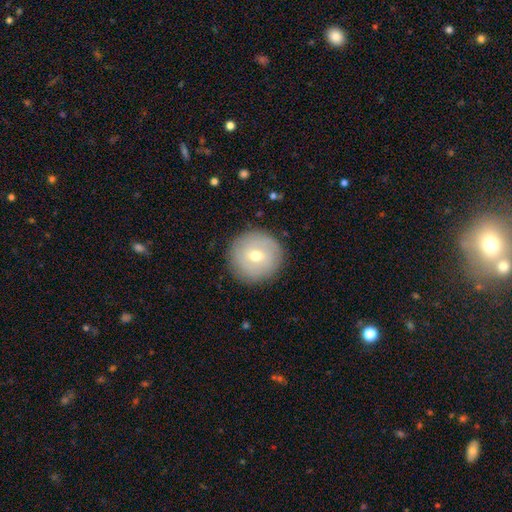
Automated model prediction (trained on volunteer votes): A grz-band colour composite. It shows a smooth galaxy with no disk features (59%) that is round (95%). Merging: none (89%).